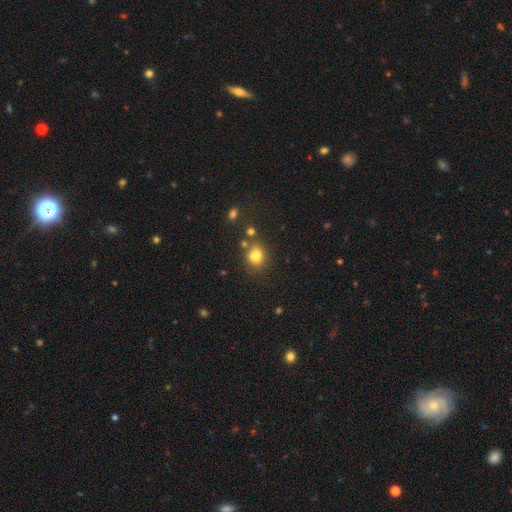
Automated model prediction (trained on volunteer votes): A smooth galaxy with no disk features (79%) that is round (62%).

Vote fractions:
- Smooth or featured? smooth: 79% / star or artifact: 13% / featured or disk: 8%
- How rounded? round: 62% / in between: 37% / cigar-shaped: 1%
- Merging? none: 64% / minor disturbance: 16% / merger: 15% / major disturbance: 5%